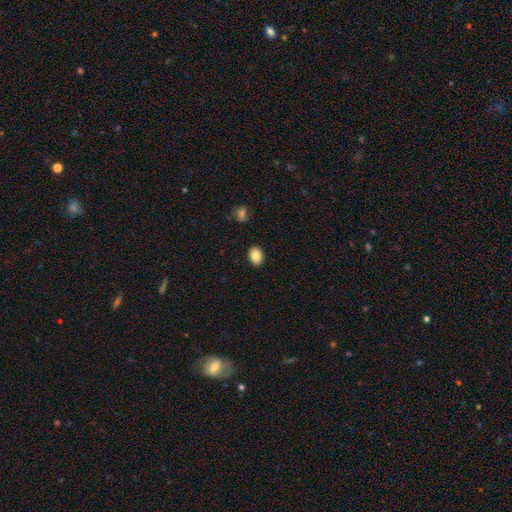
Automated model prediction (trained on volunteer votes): smooth 84%, star or artifact 8%, featured or disk 7%. Down the decision tree: how rounded — in between (75%); merging — none (90%).